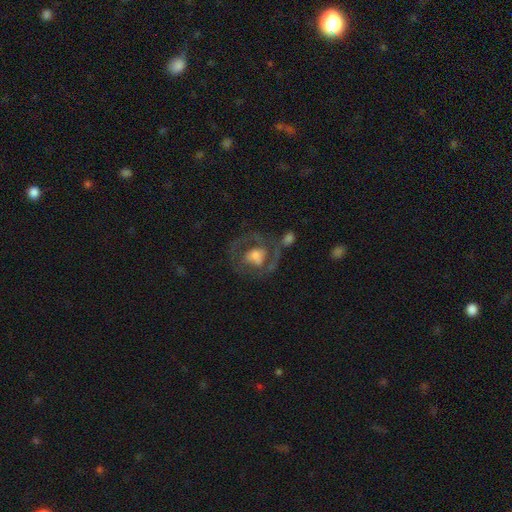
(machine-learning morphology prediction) This appears to be a featured or disk galaxy (68%) with no bar (51%), spiral arms (63%) and a moderate central bulge (46%). Merging: none (47%).